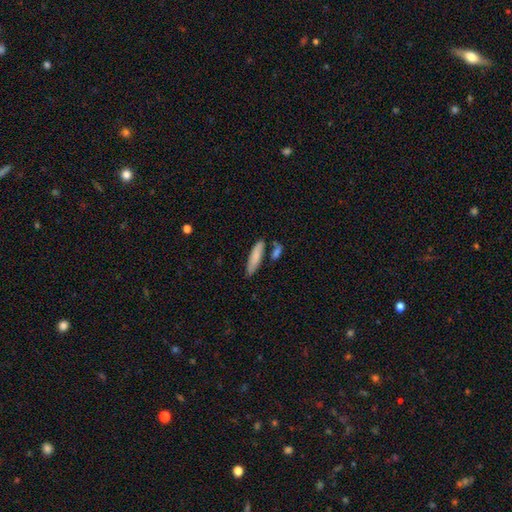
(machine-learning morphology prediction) This appears to be a smooth galaxy with no disk features (81%) that is cigar-shaped (70%). Merging: none (71%).